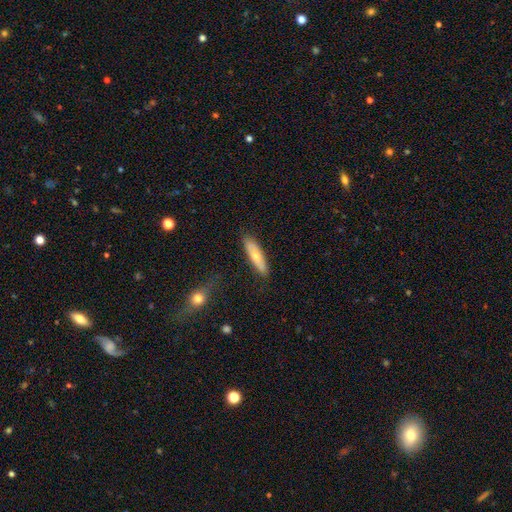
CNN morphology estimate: This is possibly a smooth galaxy (59%). How rounded: likely cigar-shaped (70%). Merging: clearly none (84%).